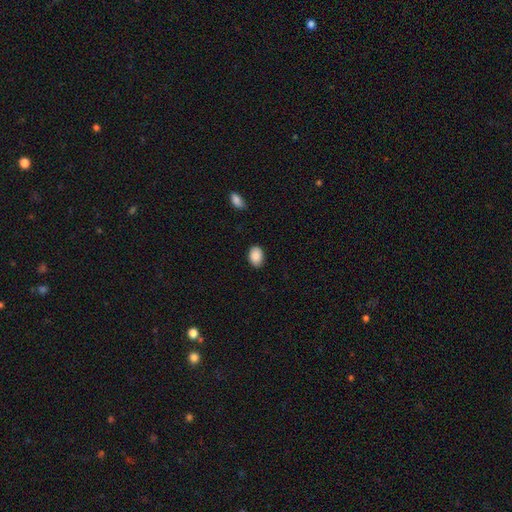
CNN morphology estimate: This is clearly a smooth galaxy (89%). How rounded: clearly in between (81%). Merging: clearly none (86%).